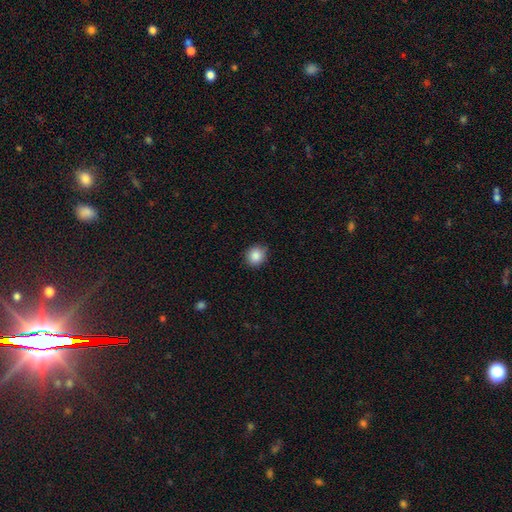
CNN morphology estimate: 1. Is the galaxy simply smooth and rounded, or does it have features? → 87% smooth, 9% star or artifact, 4% featured or disk.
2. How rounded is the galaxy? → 84% round, 15% in between, 1% cigar-shaped.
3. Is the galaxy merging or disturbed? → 84% none, 13% minor disturbance, 2% major disturbance, 1% merger.